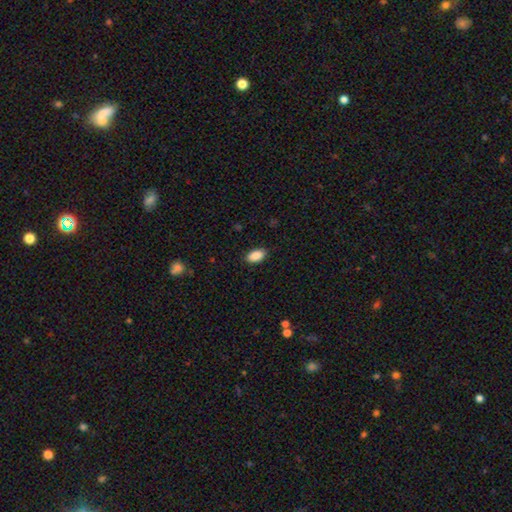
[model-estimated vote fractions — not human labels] Smooth or featured?
  - smooth: 90% *
  - star or artifact: 7%
  - featured or disk: 3%
How rounded?
  - in between: 94% *
  - round: 4%
  - cigar-shaped: 2%
Merging?
  - none: 88% *
  - minor disturbance: 9%
  - major disturbance: 2%
  - merger: 1%